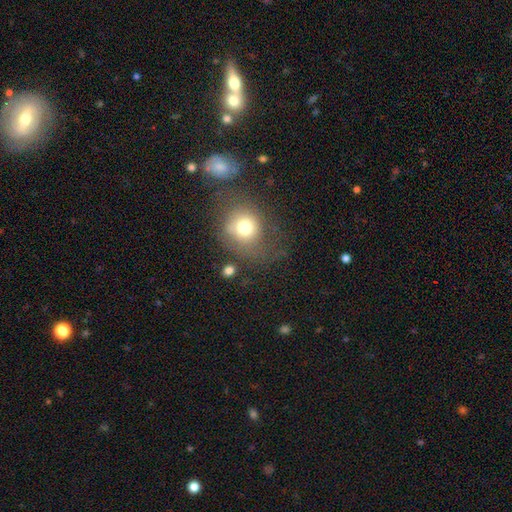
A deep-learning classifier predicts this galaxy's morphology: This is possibly a smooth galaxy (58%). How rounded: likely round (78%). Merging: likely none (61%).